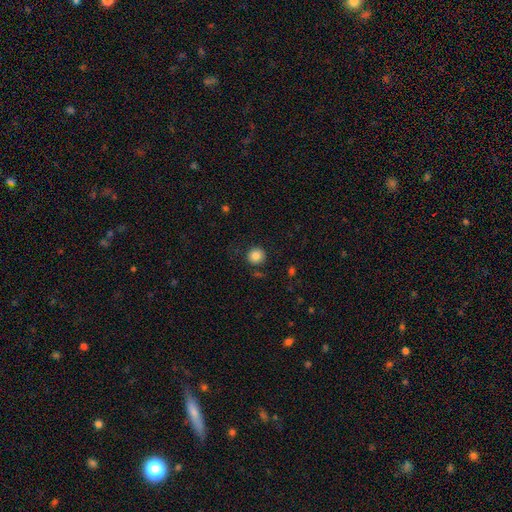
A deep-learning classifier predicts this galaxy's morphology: Smooth or featured?
  - smooth: 85% *
  - star or artifact: 10%
  - featured or disk: 5%
How rounded?
  - round: 94% *
  - in between: 5%
  - cigar-shaped: 1%
Merging?
  - none: 88% *
  - minor disturbance: 7%
  - major disturbance: 3%
  - merger: 2%